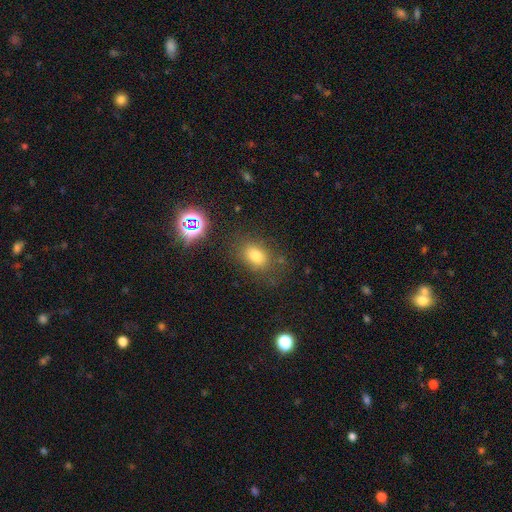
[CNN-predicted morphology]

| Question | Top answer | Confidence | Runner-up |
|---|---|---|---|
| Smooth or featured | smooth | 75% | star or artifact (16%) |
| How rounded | in between | 71% | round (28%) |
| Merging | none | 74% | minor disturbance (15%) |